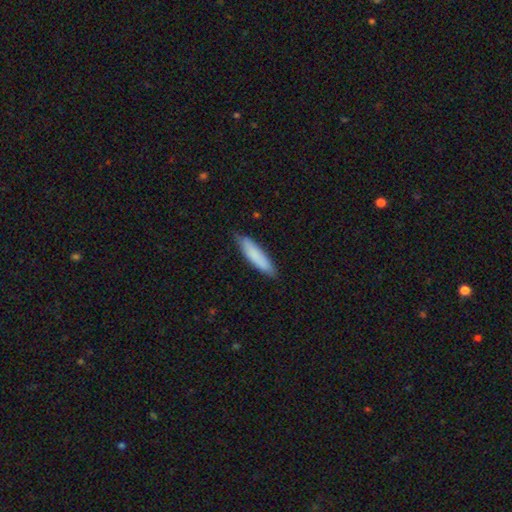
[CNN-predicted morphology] A smooth galaxy with no disk features (83%) that is cigar-shaped (74%). Merging: none (80%).